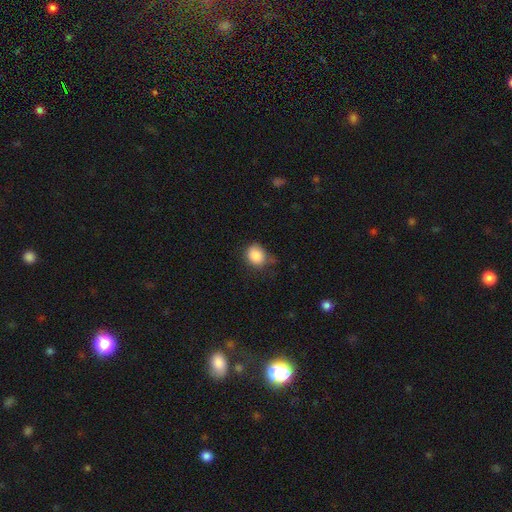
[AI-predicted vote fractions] Q: Smooth or featured?
A: smooth (86%); runner-up: star or artifact (9%)
Q: How rounded?
A: round (56%); runner-up: in between (43%)
Q: Merging?
A: none (57%); runner-up: minor disturbance (32%)